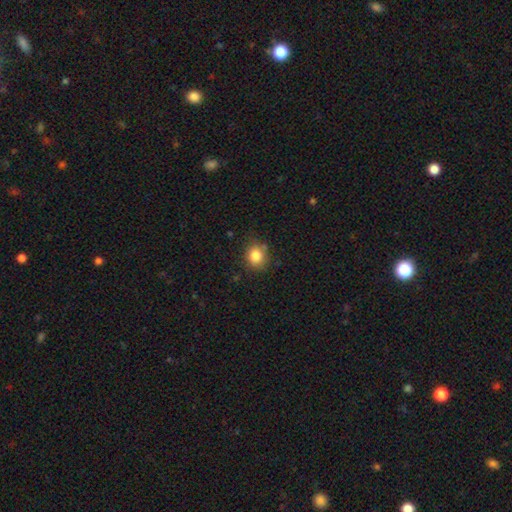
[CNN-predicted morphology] A smooth galaxy with no disk features (83%) that is round (73%).

Vote fractions:
- Smooth or featured? smooth: 83% / star or artifact: 10% / featured or disk: 6%
- How rounded? round: 73% / in between: 26% / cigar-shaped: 1%
- Merging? none: 77% / minor disturbance: 16% / major disturbance: 4% / merger: 3%